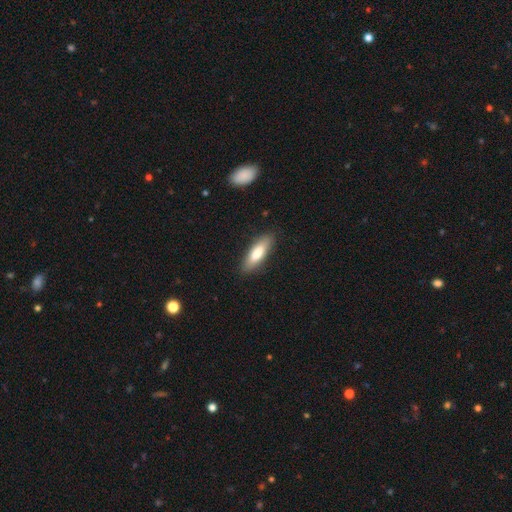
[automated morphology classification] Smooth or featured: smooth — 78% (featured or disk — 17%)
How rounded: in between — 50% (cigar-shaped — 48%)
Merging: none — 86% (minor disturbance — 10%)